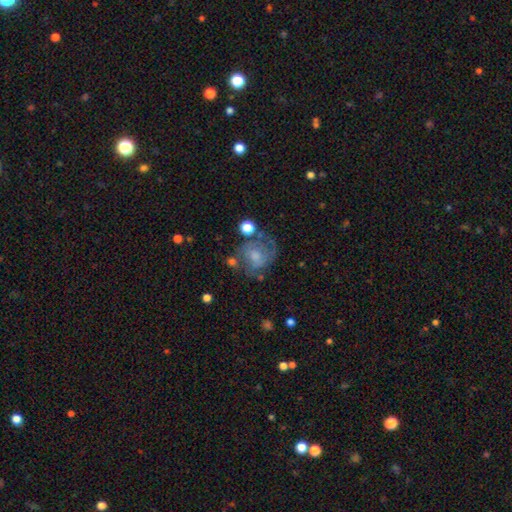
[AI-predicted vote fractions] Smooth or featured?
  - featured or disk: 49% *
  - smooth: 41%
  - star or artifact: 10%
Merging?
  - none: 48% *
  - minor disturbance: 24%
  - major disturbance: 21%
  - merger: 8%